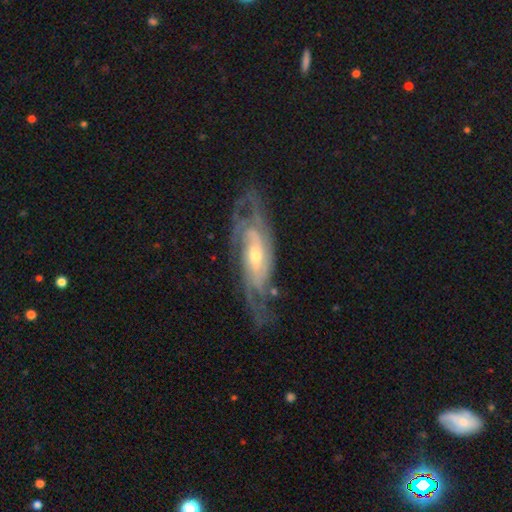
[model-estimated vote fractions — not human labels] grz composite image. It shows a featured or disk galaxy (89%) with no bar (53%), tight (57%) spiral arms (96%) and a moderate central bulge (51%). Merging: none (67%).